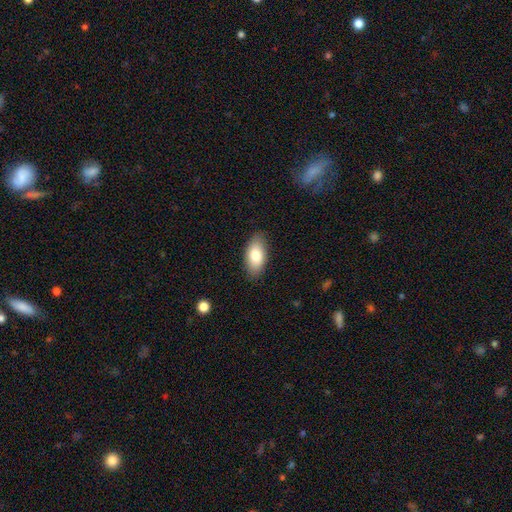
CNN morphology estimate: A smooth galaxy with no disk features (81%) that is in between round and cigar-shaped (93%).

Vote fractions:
- Smooth or featured? smooth: 81% / featured or disk: 13% / star or artifact: 6%
- How rounded? in between: 93% / cigar-shaped: 5% / round: 3%
- Merging? none: 86% / minor disturbance: 11% / major disturbance: 2% / merger: 1%